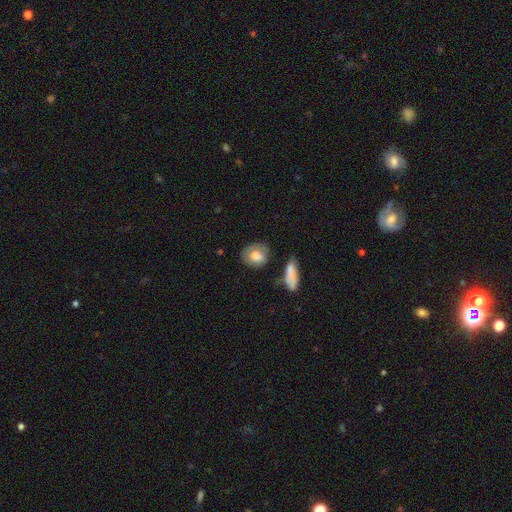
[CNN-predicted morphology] Smooth or featured?
  - smooth: 72% *
  - featured or disk: 21%
  - star or artifact: 7%
How rounded?
  - round: 51% *
  - in between: 47%
  - cigar-shaped: 2%
Merging?
  - none: 57% *
  - minor disturbance: 25%
  - major disturbance: 11%
  - merger: 7%